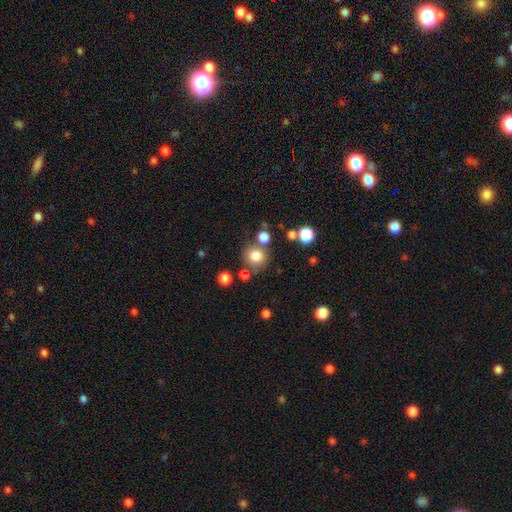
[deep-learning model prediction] Overall: smooth (80%). How rounded: round (90%). Merging: none (72%).